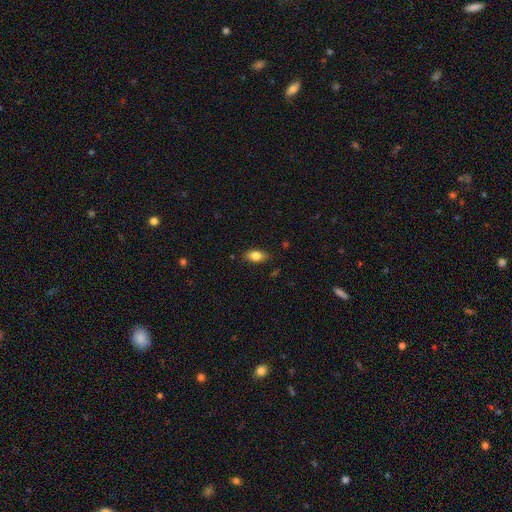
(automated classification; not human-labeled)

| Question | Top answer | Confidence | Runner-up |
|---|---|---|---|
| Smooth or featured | smooth | 81% | featured or disk (11%) |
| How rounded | in between | 88% | round (7%) |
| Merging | none | 85% | minor disturbance (12%) |